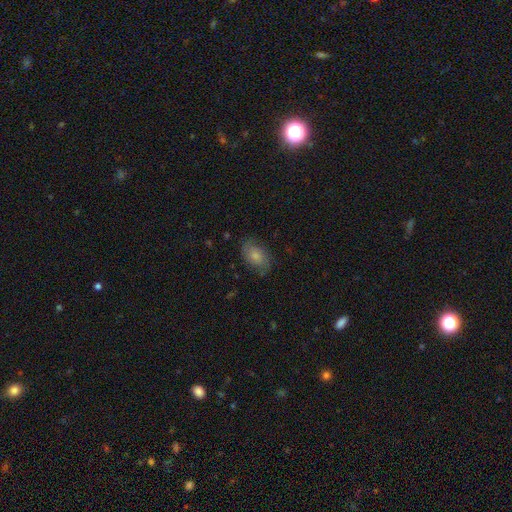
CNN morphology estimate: Smooth or featured?
  - smooth: 67% *
  - featured or disk: 25%
  - star or artifact: 8%
How rounded?
  - in between: 88% *
  - round: 11%
  - cigar-shaped: 2%
Merging?
  - none: 74% *
  - minor disturbance: 19%
  - major disturbance: 6%
  - merger: 1%